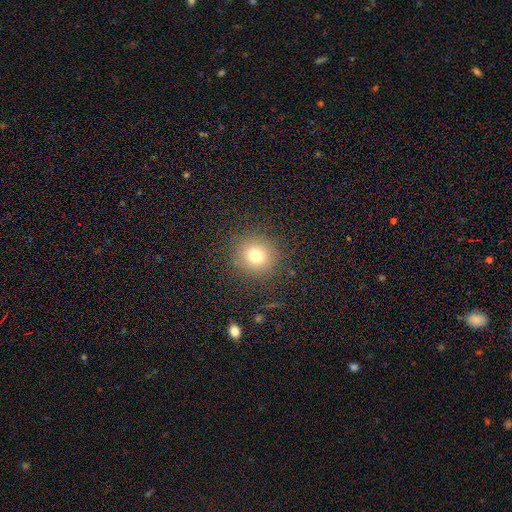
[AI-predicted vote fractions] Smooth or featured?
  - smooth: 74% *
  - star or artifact: 16%
  - featured or disk: 10%
How rounded?
  - round: 93% *
  - in between: 7%
  - cigar-shaped: 1%
Merging?
  - none: 88% *
  - minor disturbance: 7%
  - major disturbance: 4%
  - merger: 1%